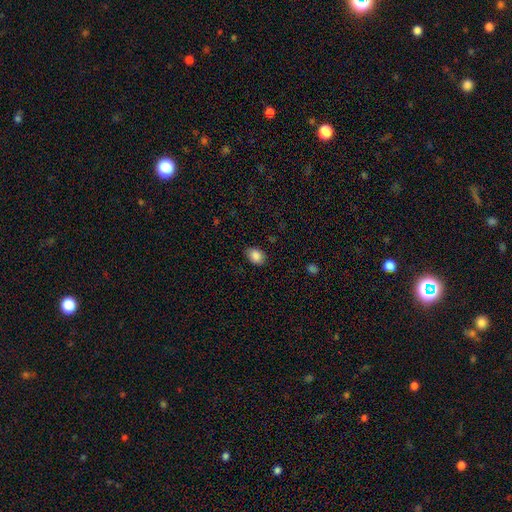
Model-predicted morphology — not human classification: Smooth or featured? smooth (87%)
How rounded? in between (79%)
Merging? none (82%)